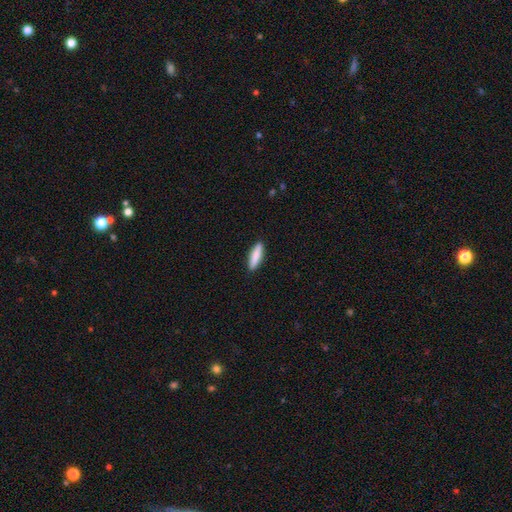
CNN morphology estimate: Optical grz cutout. It shows a smooth galaxy with no disk features (83%) that is cigar-shaped (73%). Merging: none (90%).